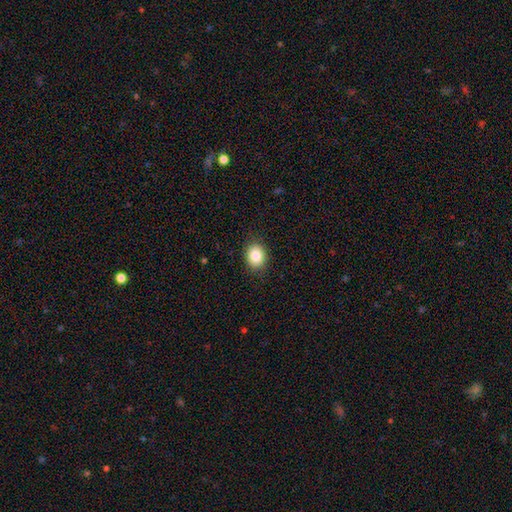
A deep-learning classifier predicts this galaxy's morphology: smooth 85%, star or artifact 9%, featured or disk 6%. Down the decision tree: how rounded — round (51%); merging — none (88%).